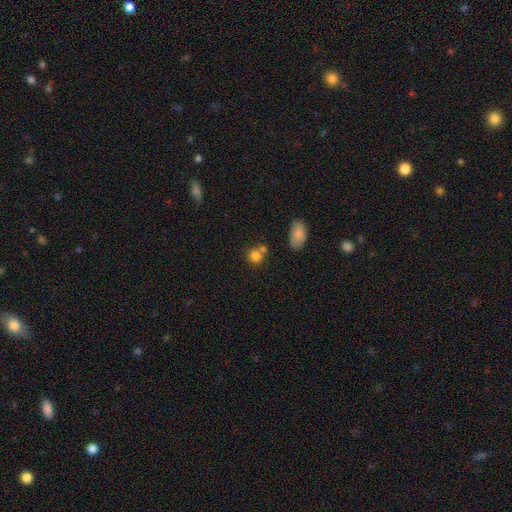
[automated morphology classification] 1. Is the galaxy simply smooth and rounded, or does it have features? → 80% smooth, 11% star or artifact, 9% featured or disk.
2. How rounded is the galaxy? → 82% round, 17% in between, 1% cigar-shaped.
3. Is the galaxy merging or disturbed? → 54% none, 31% merger, 11% minor disturbance, 4% major disturbance.